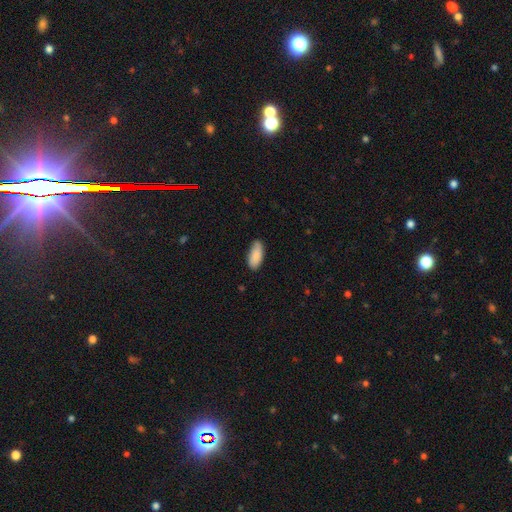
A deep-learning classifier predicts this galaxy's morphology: This is clearly a smooth galaxy (87%). How rounded: clearly in between (88%). Merging: likely none (75%).